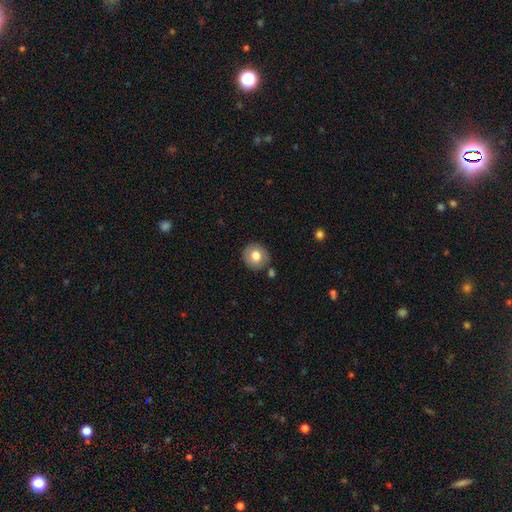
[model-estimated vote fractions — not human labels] smooth-or-featured: smooth: 76% | featured or disk: 16% | star or artifact: 8%
  how-rounded: round: 86% | in between: 13% | cigar-shaped: 1%
  merging: none: 82% | minor disturbance: 11% | merger: 4% | major disturbance: 3%